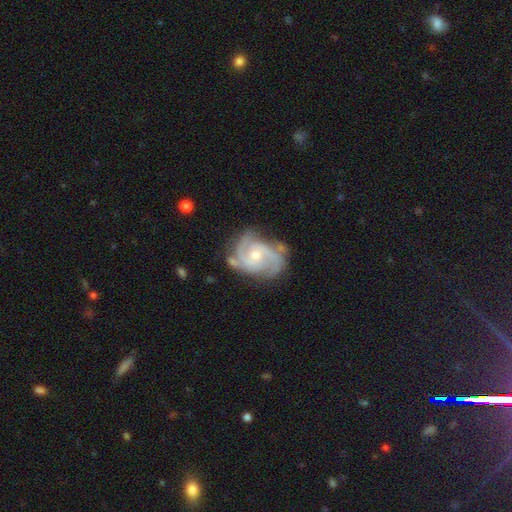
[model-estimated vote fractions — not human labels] This is clearly a featured or disk galaxy (89%). It is clearly not viewed edge-on (98%). Bar: likely no (62%). Spiral arm pattern: clearly yes (97%). Spiral arm count: marginally 2 (44%). Spiral winding: possibly medium (50%). Central bulge: possibly small (58%). Merging: likely none (63%).